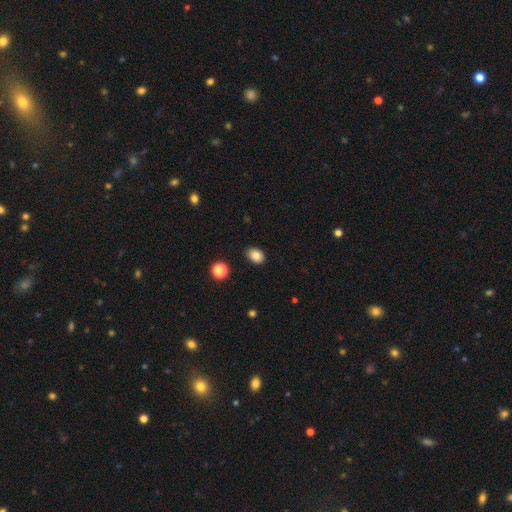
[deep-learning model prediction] This is clearly a smooth galaxy (84%). How rounded: likely in between (71%). Merging: clearly none (88%).